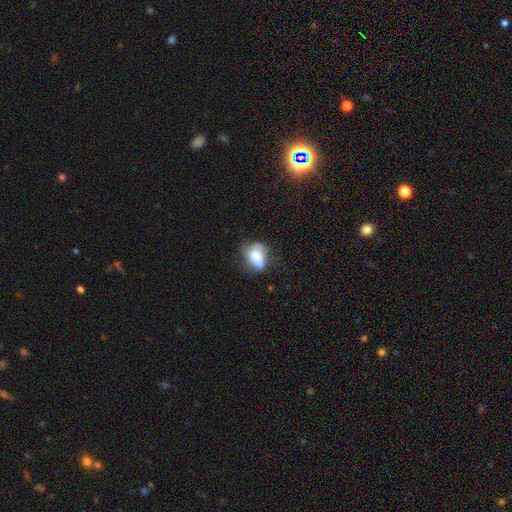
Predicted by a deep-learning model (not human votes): Overall: smooth (60%; featured or disk 31%). How rounded: round (54%; in between 45%). Merging: merger (46%; none 25%).